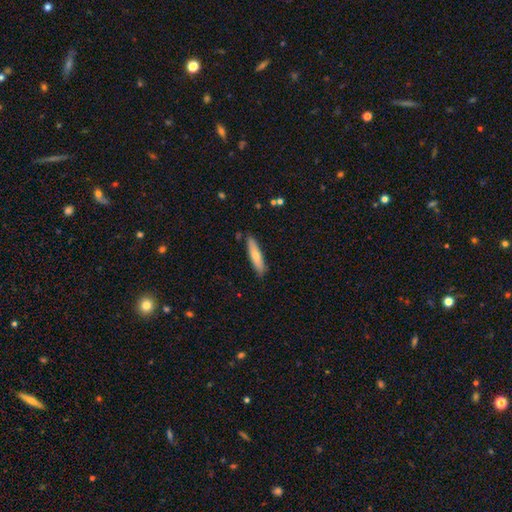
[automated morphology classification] Smooth or featured?
  - smooth: 65% *
  - featured or disk: 29%
  - star or artifact: 6%
How rounded?
  - cigar-shaped: 81% *
  - in between: 17%
  - round: 2%
Merging?
  - none: 86% *
  - minor disturbance: 10%
  - major disturbance: 2%
  - merger: 2%